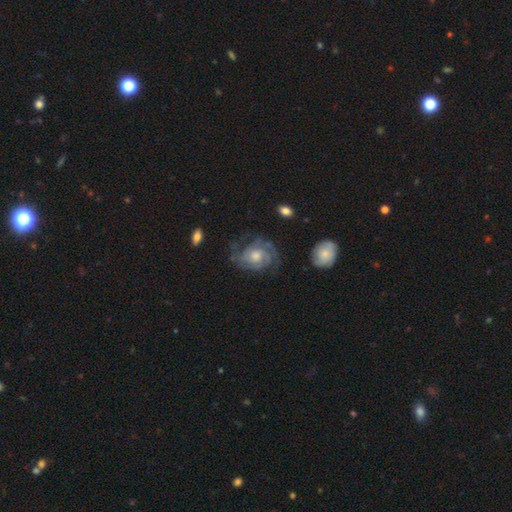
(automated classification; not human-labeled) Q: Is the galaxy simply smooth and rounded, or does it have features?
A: featured or disk — 78%.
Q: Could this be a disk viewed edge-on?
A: no — 97%.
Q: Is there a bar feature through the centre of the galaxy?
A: no — 76%.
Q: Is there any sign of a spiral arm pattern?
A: yes — 92%.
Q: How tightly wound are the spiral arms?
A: tight — 57%.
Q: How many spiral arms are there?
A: can't tell — 30%.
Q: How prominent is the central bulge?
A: moderate — 61%.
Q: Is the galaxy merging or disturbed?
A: none — 66%.